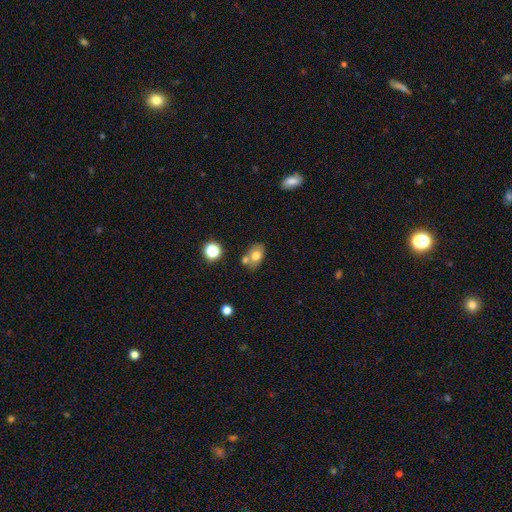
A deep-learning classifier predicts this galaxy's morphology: Smooth or featured: smooth — 70% (featured or disk — 19%)
How rounded: in between — 75% (round — 23%)
Merging: none — 53% (merger — 28%)